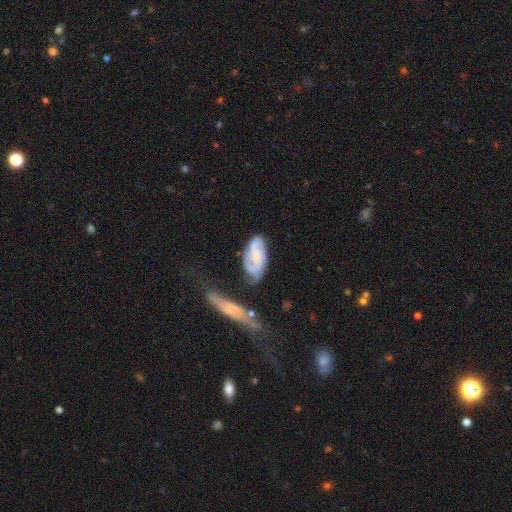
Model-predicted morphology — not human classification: This appears to be a featured or disk galaxy (63%) with no bar (55%), 2 (55%) medium (44%) spiral arms (89%) and a small central bulge (38%). Merging: none (56%).